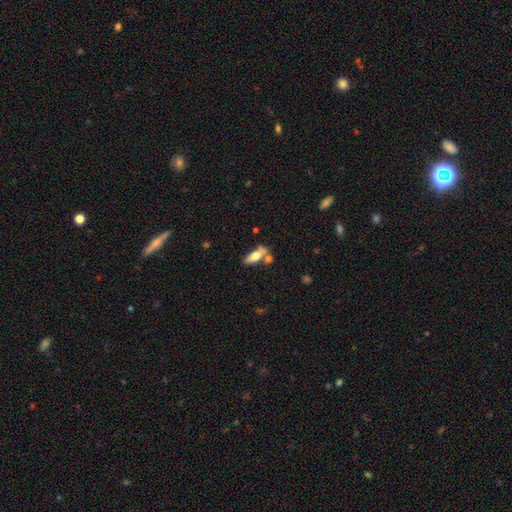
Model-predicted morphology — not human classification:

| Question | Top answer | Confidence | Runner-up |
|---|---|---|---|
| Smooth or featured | smooth | 59% | featured or disk (34%) |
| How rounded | in between | 65% | cigar-shaped (32%) |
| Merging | none | 53% | merger (28%) |